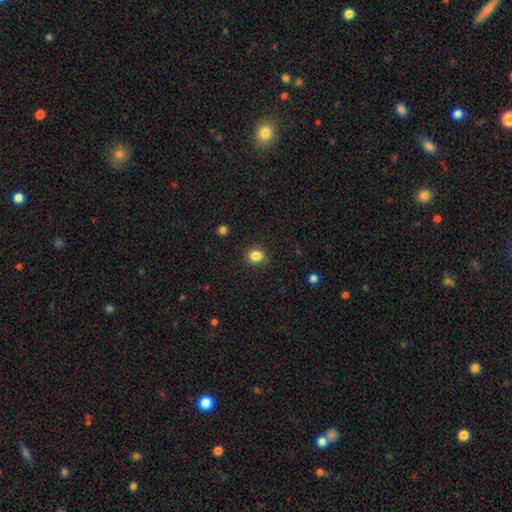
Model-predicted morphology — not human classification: smooth-or-featured: smooth: 85% | star or artifact: 11% | featured or disk: 5%
  how-rounded: round: 58% | in between: 41% | cigar-shaped: 1%
  merging: none: 85% | minor disturbance: 11% | major disturbance: 3% | merger: 1%